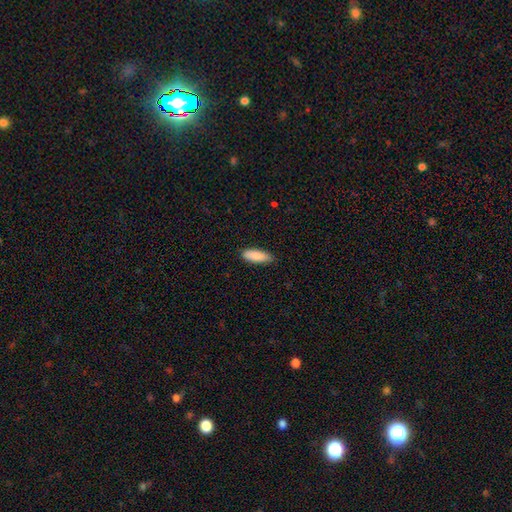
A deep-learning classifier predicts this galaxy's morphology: type=smooth (87%); roundness=in between (68%); merging=none (81%).